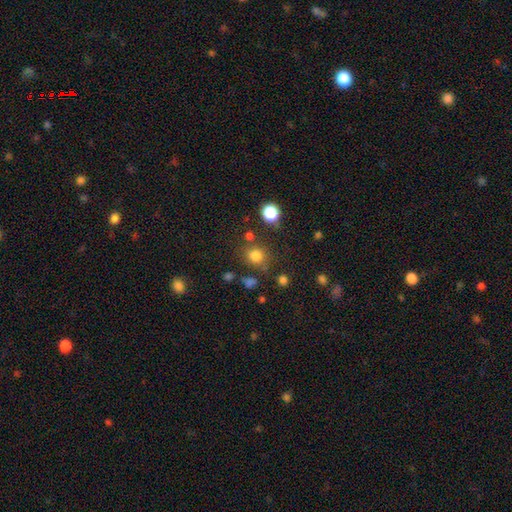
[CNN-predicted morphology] The model was most divided on "how rounded": round: 78%, in between: 21%, cigar-shaped: 1%. More confident: smooth or featured — smooth (78%); merging — none (73%).